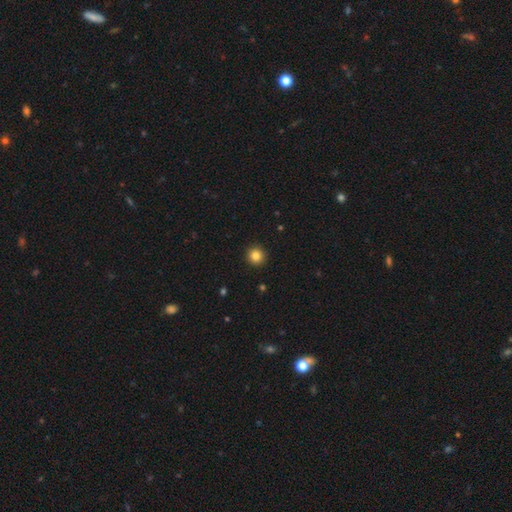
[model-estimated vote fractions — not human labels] A smooth galaxy with no disk features (83%) that is round (95%). Merging: none (93%).